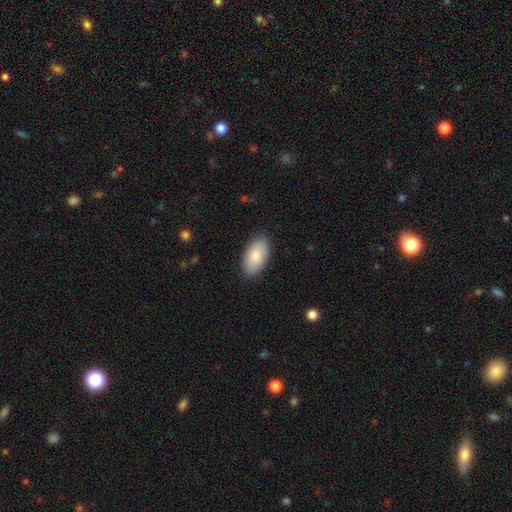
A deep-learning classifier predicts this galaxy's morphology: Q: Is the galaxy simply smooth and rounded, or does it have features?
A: smooth — 84%.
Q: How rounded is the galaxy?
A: in between — 95%.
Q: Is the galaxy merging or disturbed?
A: none — 86%.